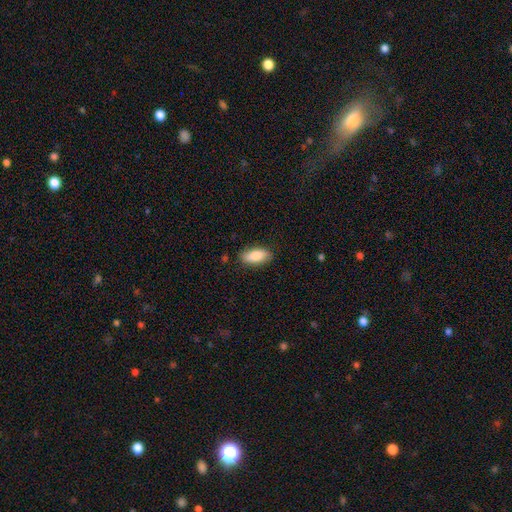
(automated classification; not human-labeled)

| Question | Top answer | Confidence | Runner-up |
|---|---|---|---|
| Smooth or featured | smooth | 81% | featured or disk (13%) |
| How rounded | in between | 87% | cigar-shaped (10%) |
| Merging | none | 83% | minor disturbance (13%) |